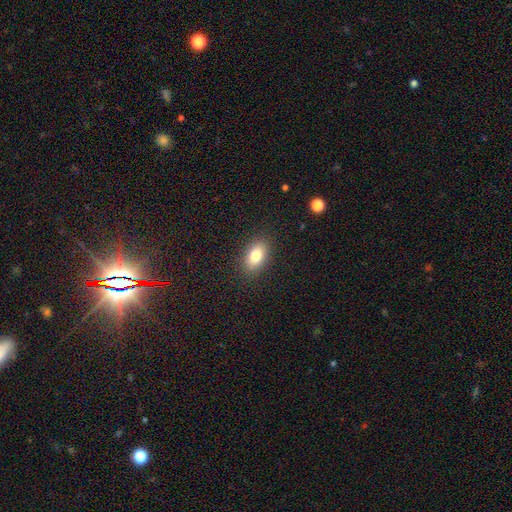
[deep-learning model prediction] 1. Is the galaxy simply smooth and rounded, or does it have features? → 79% smooth, 12% featured or disk, 9% star or artifact.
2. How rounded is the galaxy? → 88% in between, 9% round, 3% cigar-shaped.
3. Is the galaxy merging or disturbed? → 88% none, 9% minor disturbance, 3% major disturbance, 1% merger.